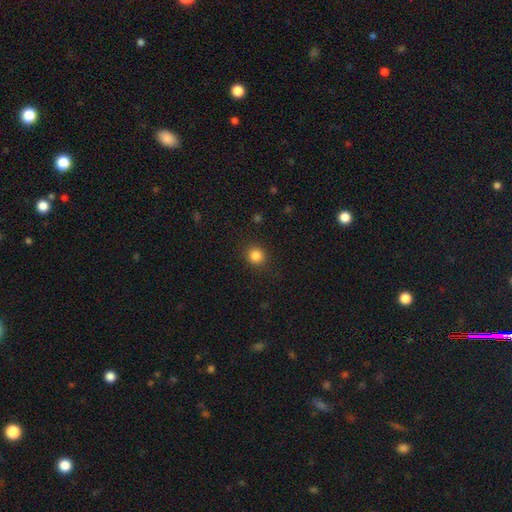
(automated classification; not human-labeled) Smooth or featured?
  - smooth: 85% *
  - star or artifact: 11%
  - featured or disk: 4%
How rounded?
  - round: 88% *
  - in between: 11%
  - cigar-shaped: 1%
Merging?
  - none: 89% *
  - minor disturbance: 7%
  - major disturbance: 3%
  - merger: 1%